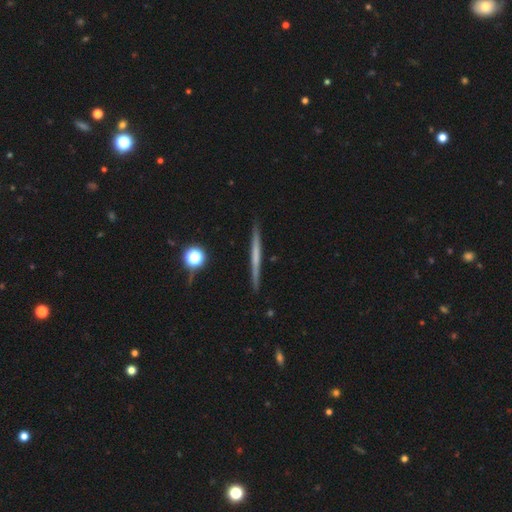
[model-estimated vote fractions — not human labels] This appears to be a featured or disk galaxy (54%) viewed edge-on (97%) with no central bulge (86%). Merging: none (90%).